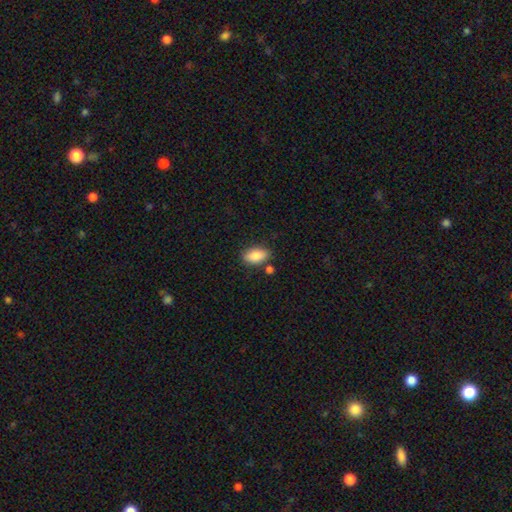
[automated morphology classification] A smooth galaxy with no disk features (86%) that is in between round and cigar-shaped (91%).

Vote fractions:
- Smooth or featured? smooth: 86% / star or artifact: 7% / featured or disk: 7%
- How rounded? in between: 91% / round: 5% / cigar-shaped: 4%
- Merging? none: 77% / minor disturbance: 13% / merger: 7% / major disturbance: 3%